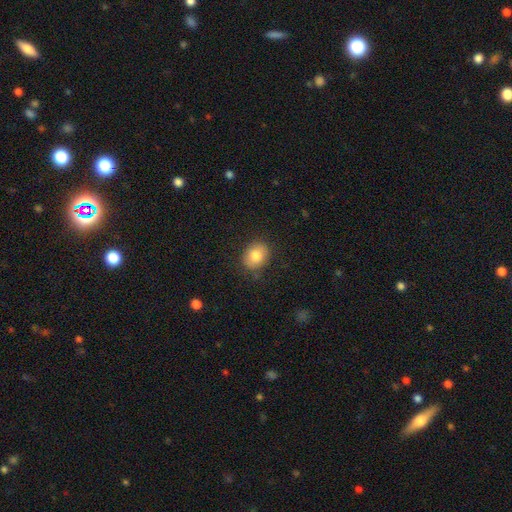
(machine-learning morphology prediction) This is clearly a smooth galaxy (80%). How rounded: possibly round (50%). Merging: clearly none (82%).